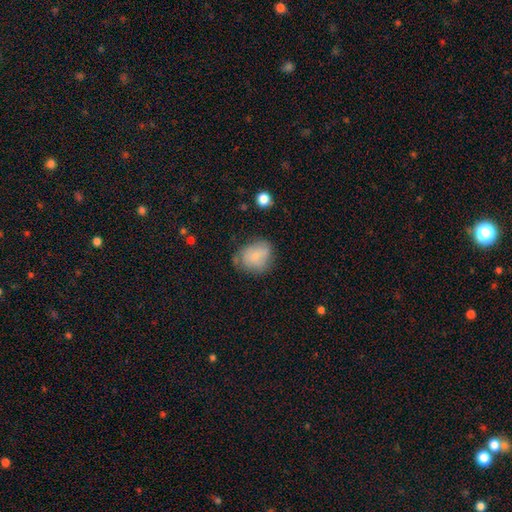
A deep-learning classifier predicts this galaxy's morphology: Q: Smooth or featured?
A: smooth (74%); runner-up: featured or disk (19%)
Q: How rounded?
A: round (55%); runner-up: in between (44%)
Q: Merging?
A: none (54%); runner-up: minor disturbance (32%)